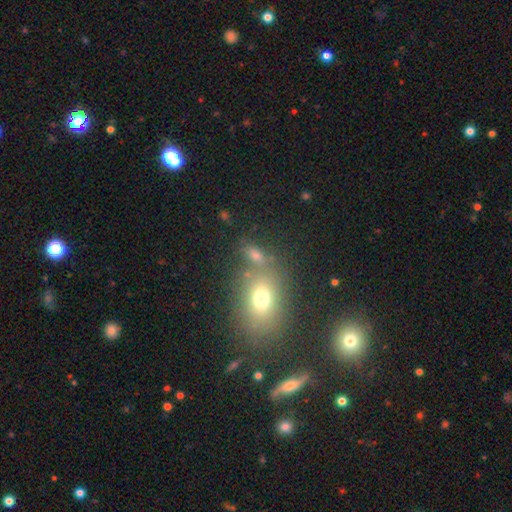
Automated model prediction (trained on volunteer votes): A smooth galaxy with no disk features (62%) that is in between round and cigar-shaped (69%).

Vote fractions:
- Smooth or featured? smooth: 62% / star or artifact: 22% / featured or disk: 15%
- How rounded? in between: 69% / round: 24% / cigar-shaped: 7%
- Merging? none: 59% / merger: 23% / minor disturbance: 12% / major disturbance: 6%